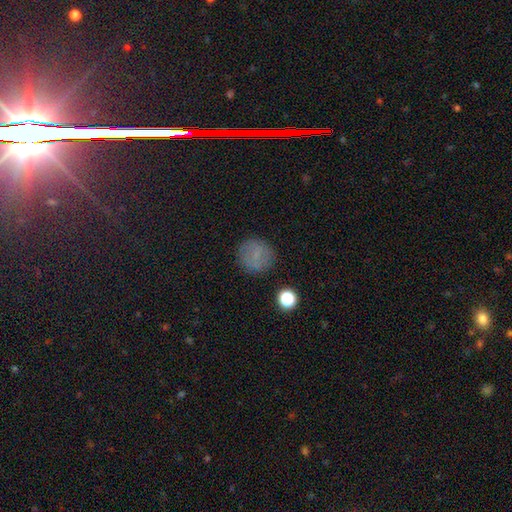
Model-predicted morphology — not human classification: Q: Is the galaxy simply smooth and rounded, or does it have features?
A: smooth — 66%.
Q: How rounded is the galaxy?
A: round — 90%.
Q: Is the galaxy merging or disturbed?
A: none — 86%.